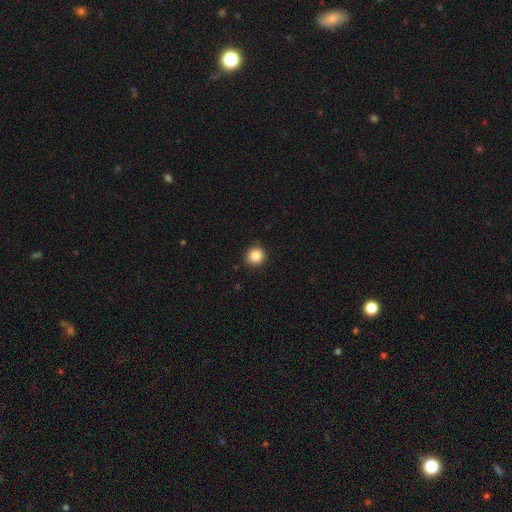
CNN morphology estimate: smooth_or_featured: smooth (p=0.86) [alt: star or artifact p=0.10]
how_rounded: round (p=0.92) [alt: in between p=0.07]
merging: none (p=0.90) [alt: minor disturbance p=0.07]